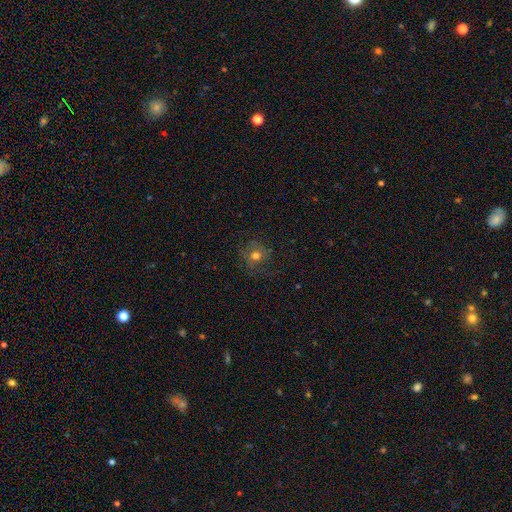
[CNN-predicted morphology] A smooth galaxy with no disk features (62%) that is round (84%).

Vote fractions:
- Smooth or featured? smooth: 62% / featured or disk: 22% / star or artifact: 16%
- How rounded? round: 84% / in between: 15% / cigar-shaped: 1%
- Merging? none: 70% / minor disturbance: 17% / major disturbance: 12% / merger: 1%